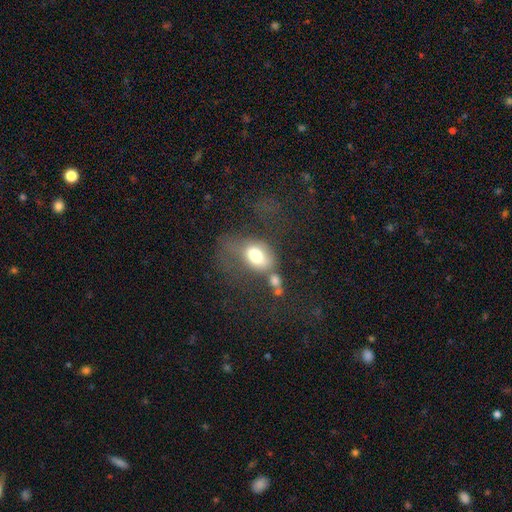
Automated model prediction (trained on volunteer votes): This appears to be a smooth galaxy with no disk features (71%) that is in between round and cigar-shaped (80%). Merging: major disturbance (37%).